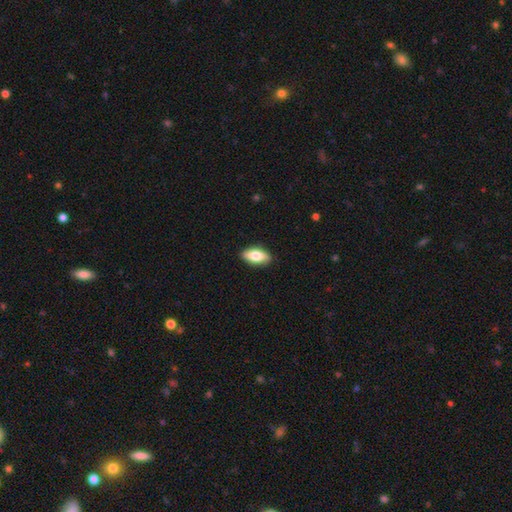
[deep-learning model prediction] Smooth or featured?
  - smooth: 77% *
  - featured or disk: 17%
  - star or artifact: 6%
How rounded?
  - in between: 88% *
  - cigar-shaped: 9%
  - round: 3%
Merging?
  - none: 89% *
  - minor disturbance: 9%
  - major disturbance: 2%
  - merger: 1%